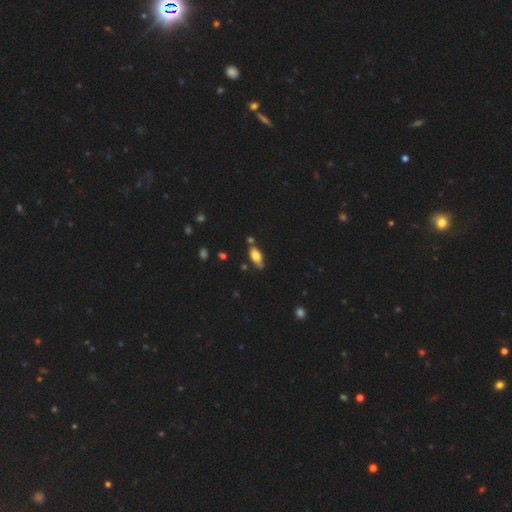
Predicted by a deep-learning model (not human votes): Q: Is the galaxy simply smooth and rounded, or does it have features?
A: smooth — 71%.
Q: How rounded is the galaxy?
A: in between — 82%.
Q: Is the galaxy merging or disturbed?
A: none — 66%.